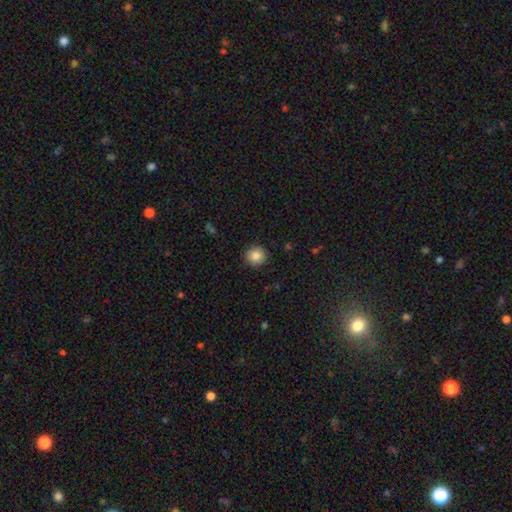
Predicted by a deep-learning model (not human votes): A smooth galaxy with no disk features (86%) that is round (93%).

Vote fractions:
- Smooth or featured? smooth: 86% / star or artifact: 9% / featured or disk: 5%
- How rounded? round: 93% / in between: 6% / cigar-shaped: 1%
- Merging? none: 91% / minor disturbance: 6% / major disturbance: 2% / merger: 1%